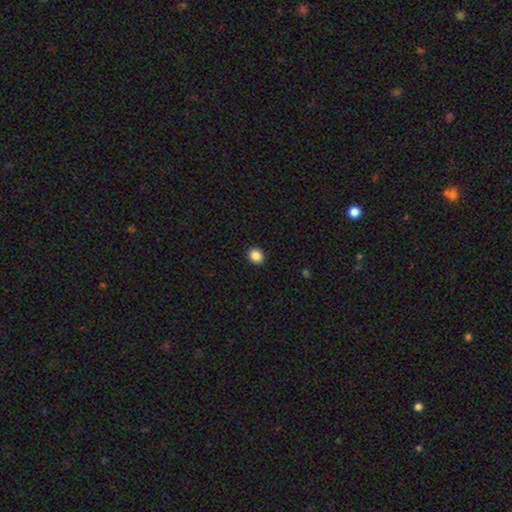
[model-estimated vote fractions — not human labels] smooth 88%, star or artifact 9%, featured or disk 3%. Down the decision tree: how rounded — round (72%); merging — none (92%).